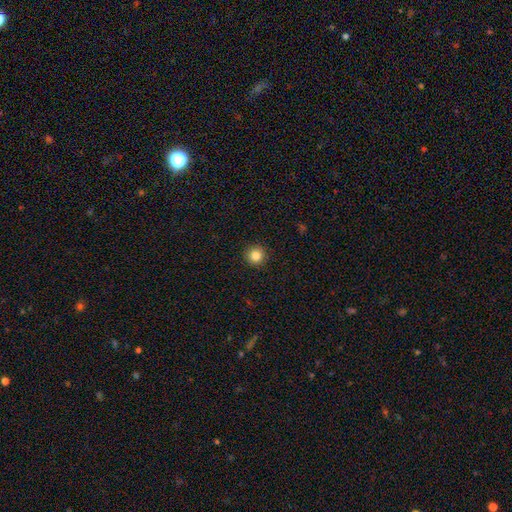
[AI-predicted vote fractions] Overall: smooth (85%). How rounded: round (95%). Merging: none (93%).